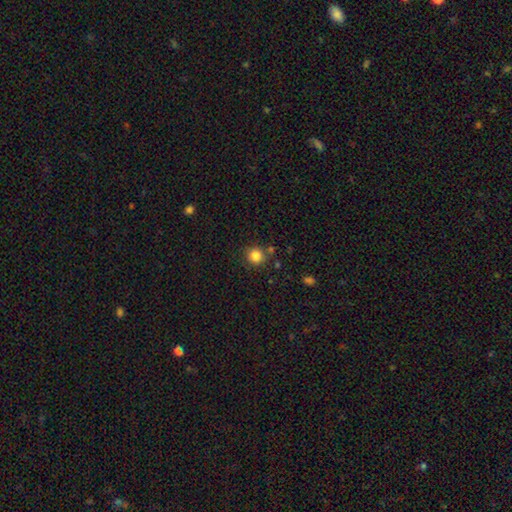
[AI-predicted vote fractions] A smooth galaxy with no disk features (84%) that is round (92%).

Vote fractions:
- Smooth or featured? smooth: 84% / star or artifact: 12% / featured or disk: 4%
- How rounded? round: 92% / in between: 7% / cigar-shaped: 1%
- Merging? none: 81% / minor disturbance: 9% / merger: 7% / major disturbance: 3%